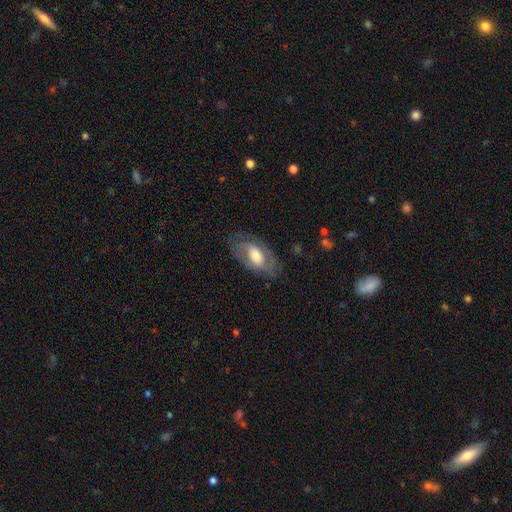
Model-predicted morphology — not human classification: The model was most divided on "bulge size": moderate: 51%, large: 32%, small: 13%, dominant: 3%, none: 2%. More confident: edge-on disk — no (92%); merging — none (70%); spiral arms — yes (68%); smooth or featured — featured or disk (61%); bar — no (55%).